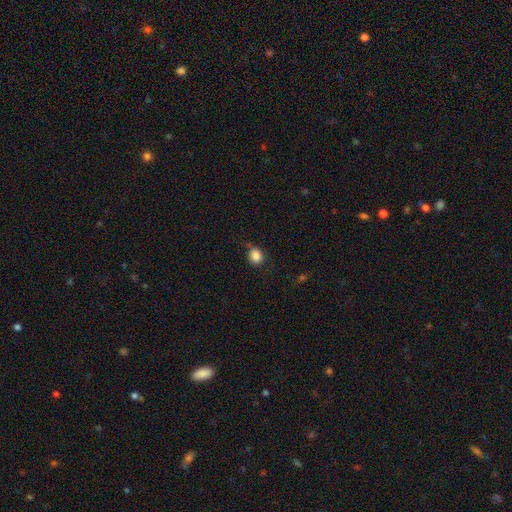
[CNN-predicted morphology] Smooth or featured? Predicted: smooth (p=0.86). How rounded? Predicted: round (p=0.70). Merging? Predicted: none (p=0.68).